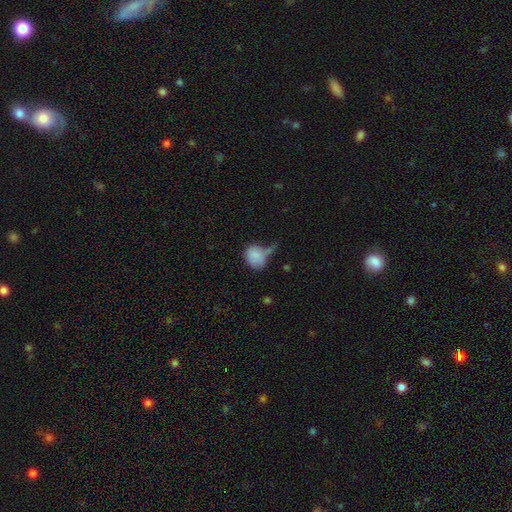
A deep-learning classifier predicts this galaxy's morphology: smooth-or-featured: smooth: 81% | featured or disk: 11% | star or artifact: 8%
  how-rounded: in between: 58% | round: 40% | cigar-shaped: 1%
  merging: none: 33% | minor disturbance: 27% | major disturbance: 22% | merger: 18%